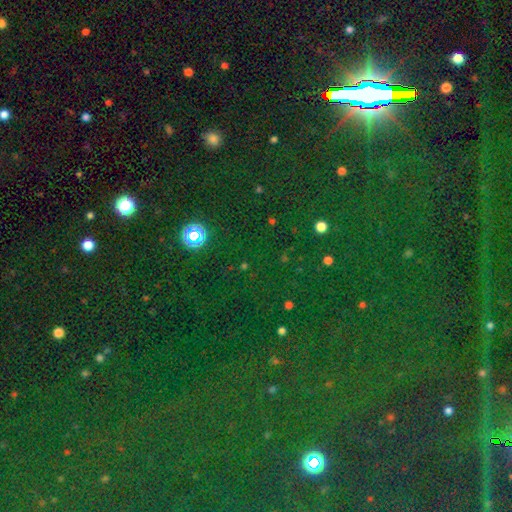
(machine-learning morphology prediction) Overall: star or artifact (76%).